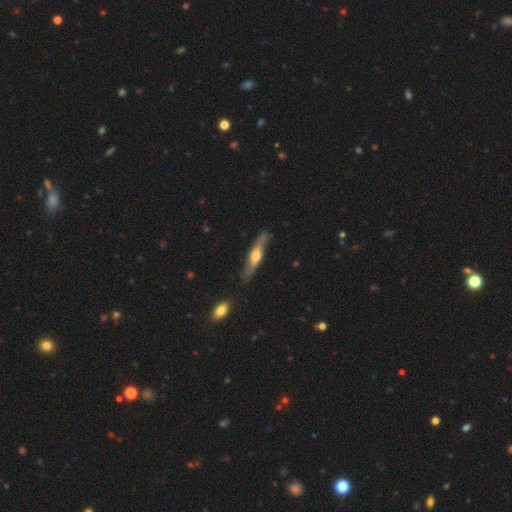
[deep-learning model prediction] Q: Smooth or featured?
A: featured or disk (58%); runner-up: smooth (37%)
Q: Edge-on disk?
A: yes (82%); runner-up: no (18%)
Q: Merging?
A: none (76%); runner-up: minor disturbance (18%)